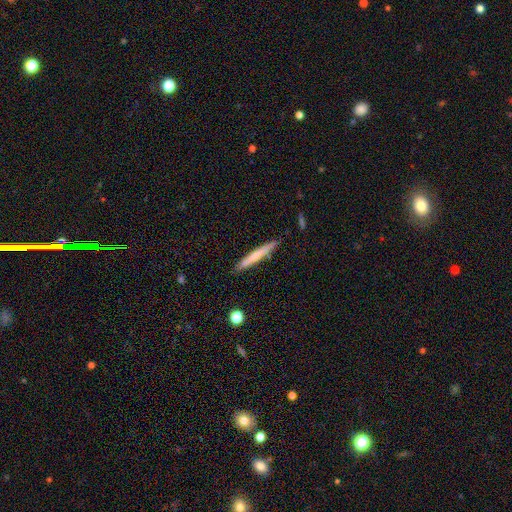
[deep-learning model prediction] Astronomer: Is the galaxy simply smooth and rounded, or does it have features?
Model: smooth — 60%.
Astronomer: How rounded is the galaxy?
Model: cigar-shaped — 96%.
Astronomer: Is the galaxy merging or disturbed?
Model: none — 88%.